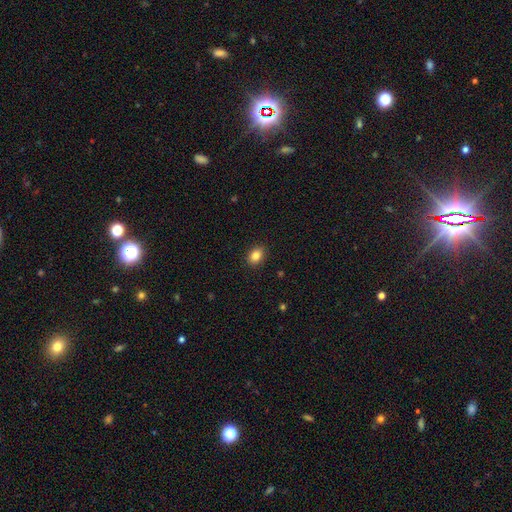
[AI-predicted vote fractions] smooth-or-featured: smooth: 85% | star or artifact: 10% | featured or disk: 6%
  how-rounded: in between: 67% | round: 32% | cigar-shaped: 1%
  merging: none: 90% | minor disturbance: 7% | major disturbance: 2% | merger: 1%